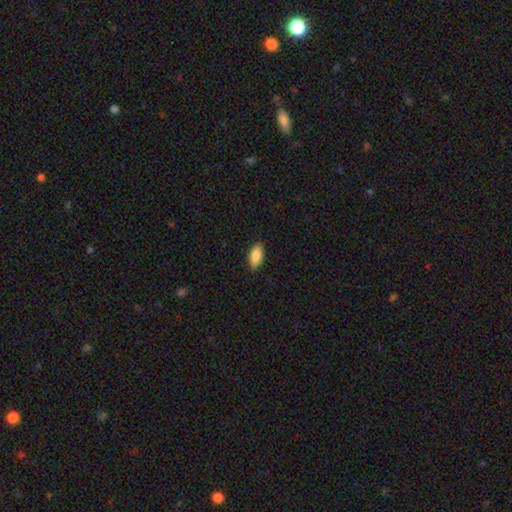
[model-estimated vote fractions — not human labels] The model was most divided on "merging": none: 87%, minor disturbance: 10%, major disturbance: 2%, merger: 1%. More confident: how rounded — in between (90%); smooth or featured — smooth (87%).